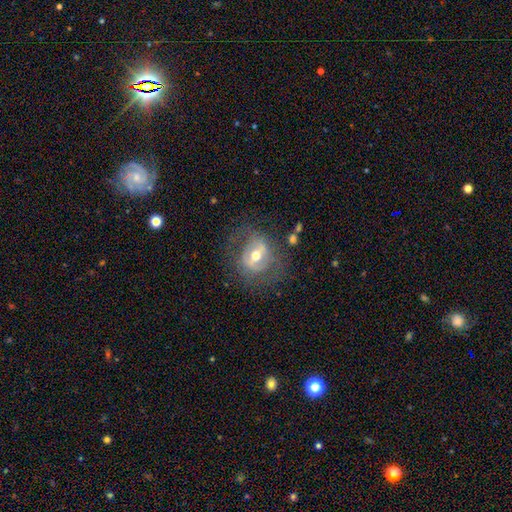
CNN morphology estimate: featured or disk 65%, smooth 27%, star or artifact 8%. Down the decision tree: edge-on disk — no (94%); bar — weak (40%, tied with strong); spiral arms — yes (50%, tied with no); bulge size — moderate (74%); merging — none (62%).